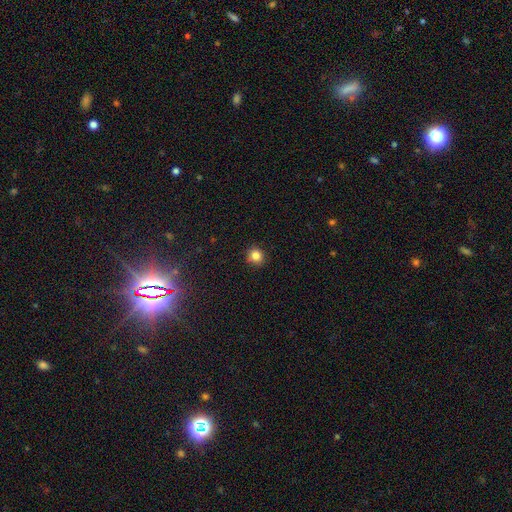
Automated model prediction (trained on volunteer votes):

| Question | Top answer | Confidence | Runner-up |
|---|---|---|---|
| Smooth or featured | smooth | 83% | star or artifact (12%) |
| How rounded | round | 90% | in between (9%) |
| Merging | none | 88% | minor disturbance (9%) |